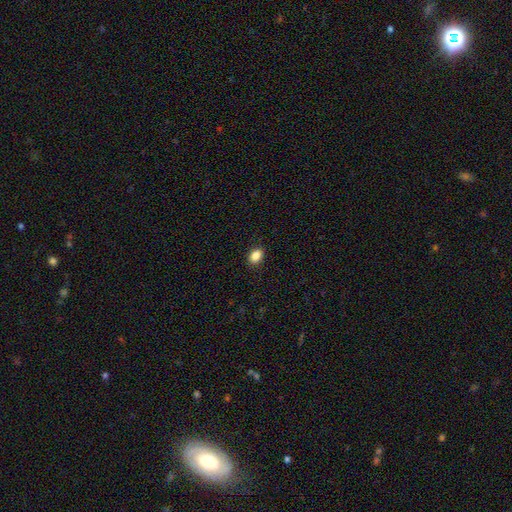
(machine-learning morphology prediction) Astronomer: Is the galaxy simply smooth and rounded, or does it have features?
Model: smooth — 87%.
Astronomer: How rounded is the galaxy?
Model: in between — 73%.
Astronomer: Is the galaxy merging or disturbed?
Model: none — 89%.